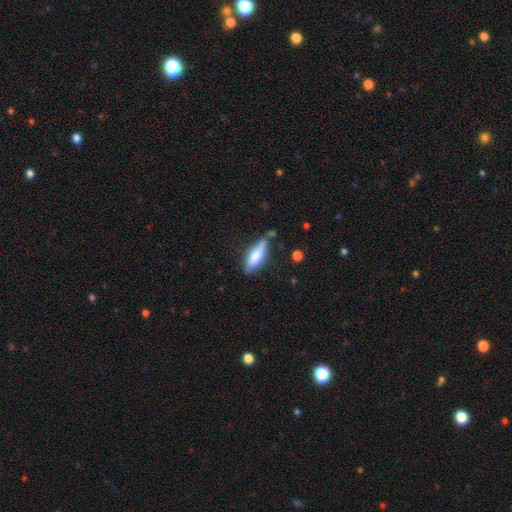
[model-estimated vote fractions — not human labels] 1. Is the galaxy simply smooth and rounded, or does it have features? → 76% smooth, 18% featured or disk, 6% star or artifact.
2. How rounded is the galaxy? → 55% in between, 43% cigar-shaped, 2% round.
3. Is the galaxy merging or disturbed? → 64% none, 25% minor disturbance, 6% merger, 5% major disturbance.